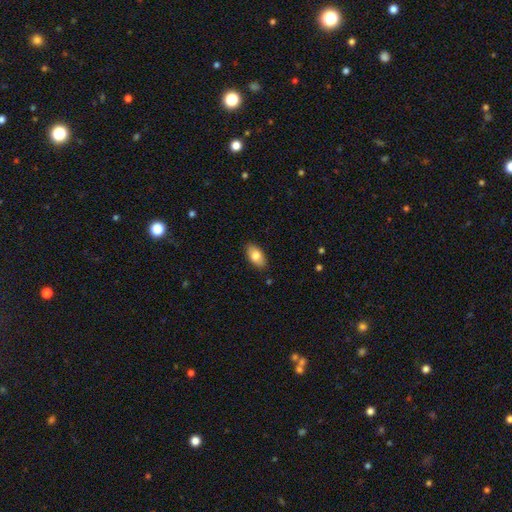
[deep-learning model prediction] The model was most divided on "smooth or featured": smooth: 81%, featured or disk: 12%, star or artifact: 7%. More confident: how rounded — in between (93%); merging — none (87%).